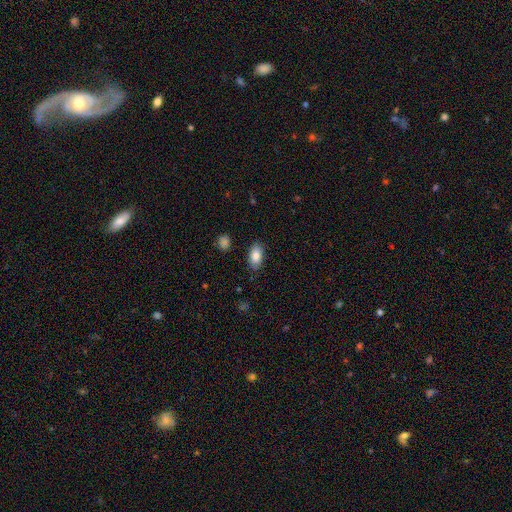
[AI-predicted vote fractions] smooth-or-featured: smooth: 86% | star or artifact: 7% | featured or disk: 7%
  how-rounded: in between: 92% | round: 4% | cigar-shaped: 4%
  merging: none: 86% | minor disturbance: 10% | major disturbance: 3% | merger: 1%